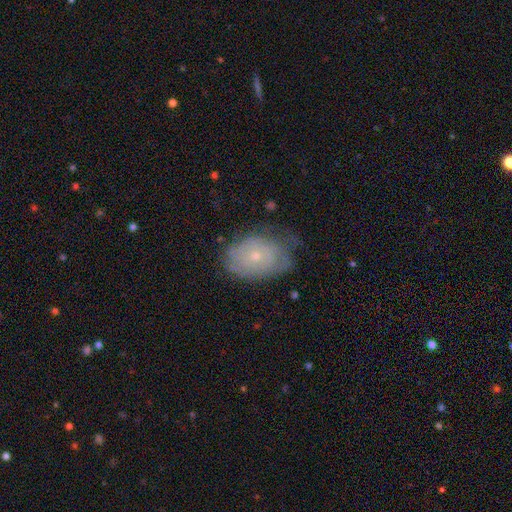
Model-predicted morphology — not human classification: A featured or disk galaxy (47%).

Vote fractions:
- Smooth or featured? featured or disk: 47% / smooth: 45% / star or artifact: 9%
- Merging? none: 58% / minor disturbance: 30% / major disturbance: 11% / merger: 1%